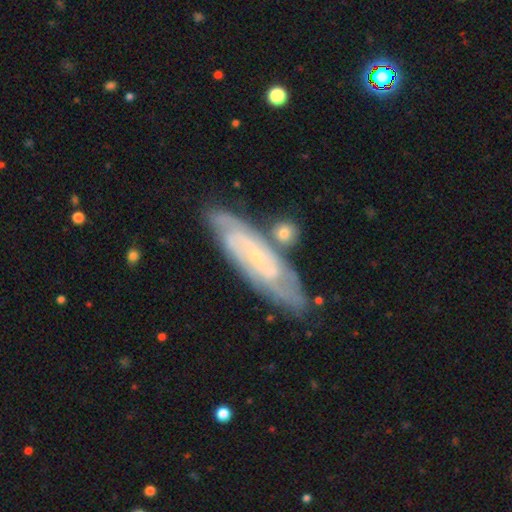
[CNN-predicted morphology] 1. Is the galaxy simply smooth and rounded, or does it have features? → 82% featured or disk, 12% smooth, 6% star or artifact.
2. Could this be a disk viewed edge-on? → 84% no, 16% yes.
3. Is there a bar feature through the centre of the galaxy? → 55% no, 34% weak, 11% strong.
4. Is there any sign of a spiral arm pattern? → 95% yes, 5% no.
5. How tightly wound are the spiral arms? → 66% tight, 28% medium, 6% loose.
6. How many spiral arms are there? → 37% 2, 32% can't tell, 15% 3, 8% 4, 4% more than 4, 4% 1.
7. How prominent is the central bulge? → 80% small, 11% moderate, 6% none, 1% large, 1% dominant.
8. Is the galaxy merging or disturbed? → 73% none, 15% minor disturbance, 8% merger, 4% major disturbance.